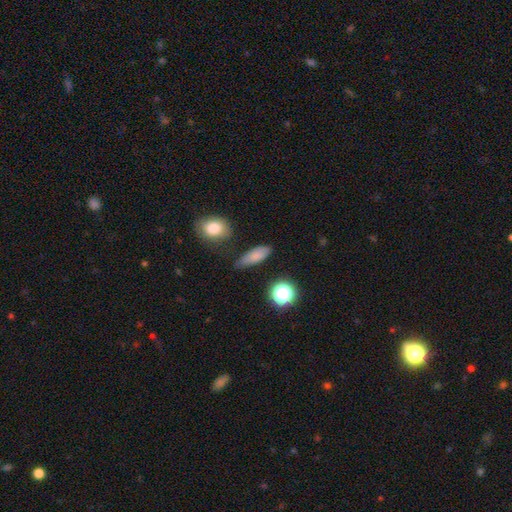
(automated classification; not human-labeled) Q: Smooth or featured?
A: smooth (79%); runner-up: star or artifact (12%)
Q: How rounded?
A: in between (65%); runner-up: cigar-shaped (27%)
Q: Merging?
A: none (72%); runner-up: minor disturbance (20%)